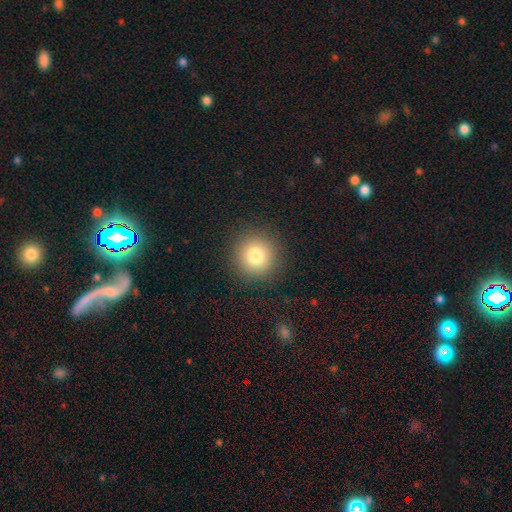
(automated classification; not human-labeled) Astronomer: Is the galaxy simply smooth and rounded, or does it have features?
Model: smooth — 79%.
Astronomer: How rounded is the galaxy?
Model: round — 94%.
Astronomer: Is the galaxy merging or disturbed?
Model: none — 91%.